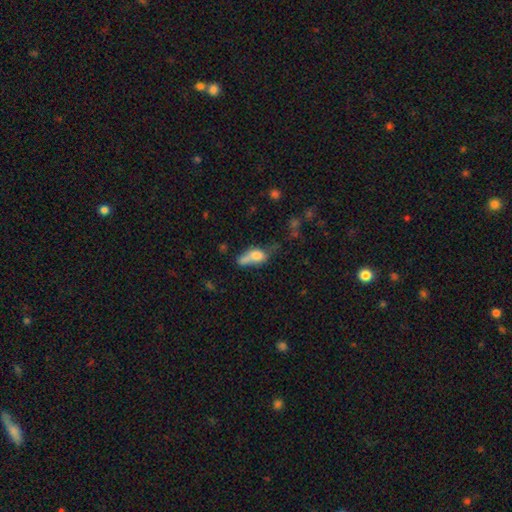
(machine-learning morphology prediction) A smooth galaxy with no disk features (68%) that is in between round and cigar-shaped (73%).

Vote fractions:
- Smooth or featured? smooth: 68% / featured or disk: 21% / star or artifact: 11%
- How rounded? in between: 73% / round: 14% / cigar-shaped: 12%
- Merging? merger: 40% / none: 23% / major disturbance: 19% / minor disturbance: 18%